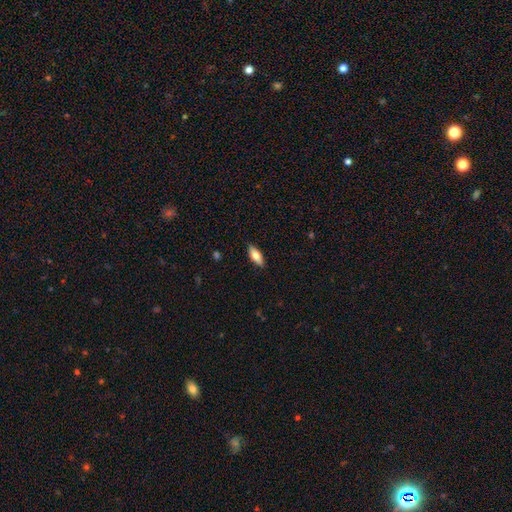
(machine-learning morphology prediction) A smooth galaxy with no disk features (75%) that is in between round and cigar-shaped (75%).

Vote fractions:
- Smooth or featured? smooth: 75% / featured or disk: 19% / star or artifact: 6%
- How rounded? in between: 75% / cigar-shaped: 23% / round: 2%
- Merging? none: 86% / minor disturbance: 11% / major disturbance: 2% / merger: 1%